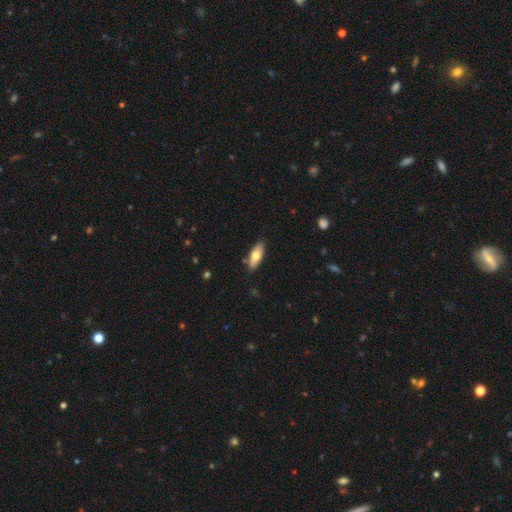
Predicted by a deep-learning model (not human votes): Smooth or featured: smooth — 70% (featured or disk — 24%)
How rounded: in between — 73% (cigar-shaped — 25%)
Merging: none — 85% (minor disturbance — 11%)